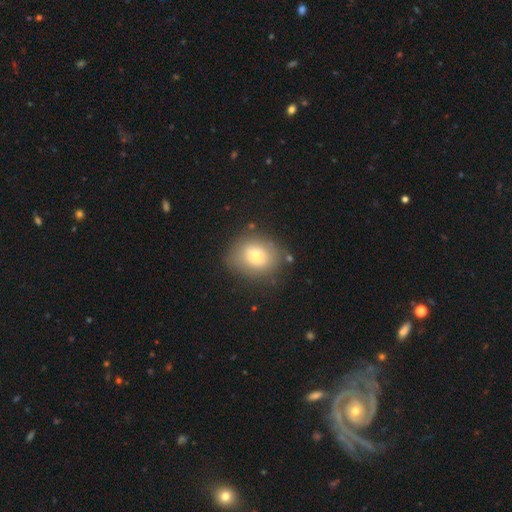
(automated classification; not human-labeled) Smooth or featured?
  - smooth: 73% *
  - featured or disk: 17%
  - star or artifact: 10%
How rounded?
  - round: 67% *
  - in between: 32%
  - cigar-shaped: 1%
Merging?
  - none: 79% *
  - minor disturbance: 14%
  - major disturbance: 5%
  - merger: 3%